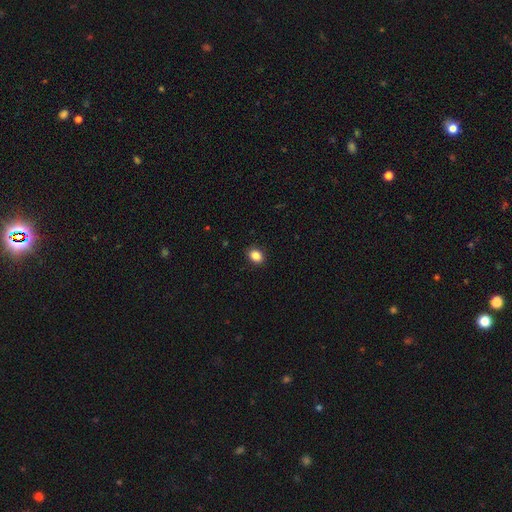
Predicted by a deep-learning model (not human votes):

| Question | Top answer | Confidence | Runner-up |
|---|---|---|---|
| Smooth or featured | smooth | 86% | star or artifact (9%) |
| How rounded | in between | 63% | round (36%) |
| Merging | none | 90% | minor disturbance (7%) |